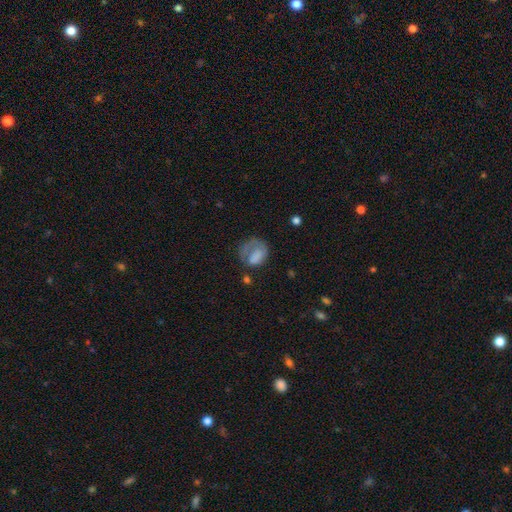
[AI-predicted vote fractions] Overall: smooth (57%; featured or disk 34%). How rounded: round (51%; in between 48%). Merging: major disturbance (40%; none 34%).